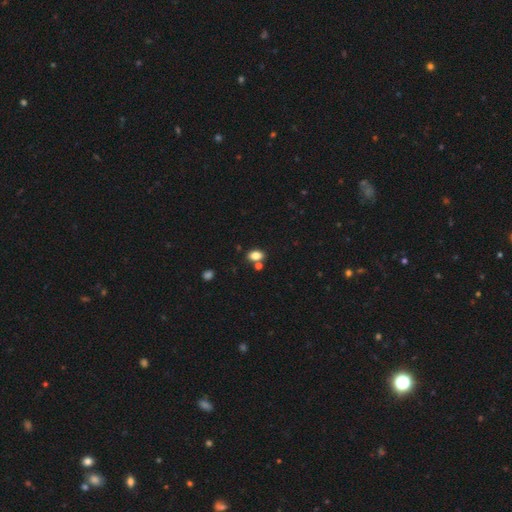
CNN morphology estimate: Overall: smooth (83%). How rounded: in between (79%). Merging: none (69%).